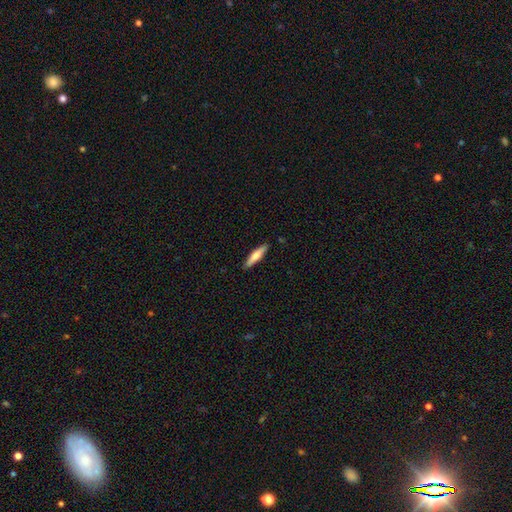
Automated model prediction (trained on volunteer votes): smooth-or-featured: smooth: 64% | featured or disk: 30% | star or artifact: 5%
  how-rounded: cigar-shaped: 82% | in between: 17% | round: 1%
  merging: none: 89% | minor disturbance: 8% | major disturbance: 2% | merger: 1%